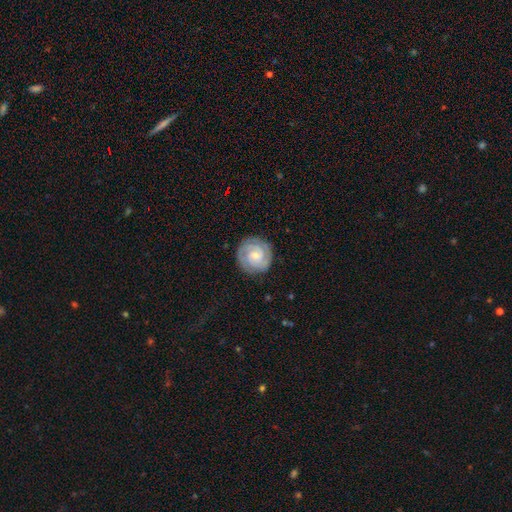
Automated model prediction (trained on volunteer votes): The model was most divided on "bar": no: 62%, weak: 31%, strong: 6%. More confident: edge-on disk — no (98%); spiral arms — yes (96%); merging — none (85%); smooth or featured — featured or disk (80%); spiral winding — tight (76%); bulge size — small (67%); spiral arm count — 2 (57%).